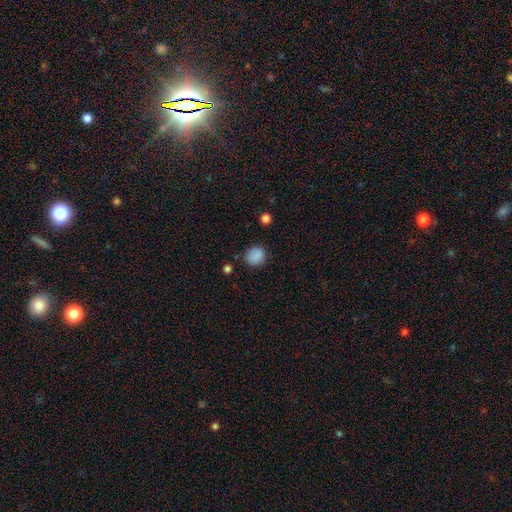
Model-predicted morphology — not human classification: Overall: smooth (86%). How rounded: round (68%; in between 31%). Merging: none (80%).